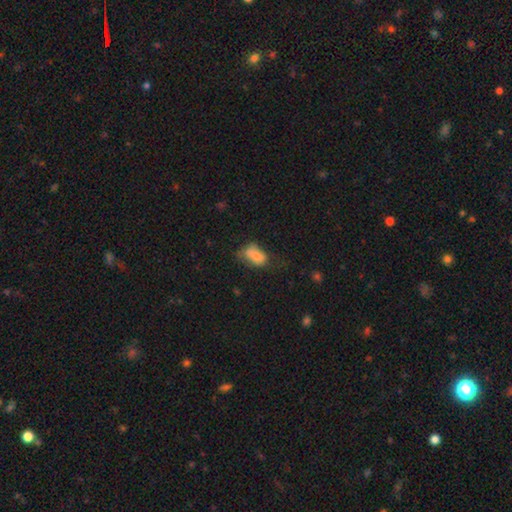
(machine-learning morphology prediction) Smooth or featured? smooth (74%)
How rounded? in between (87%)
Merging? minor disturbance (32%)